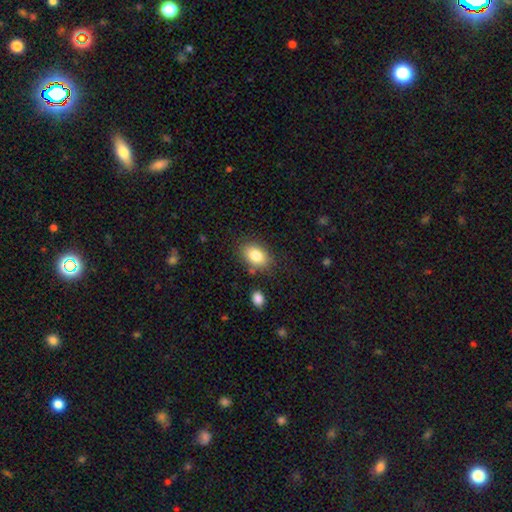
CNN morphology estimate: Smooth or featured: smooth — 82% (featured or disk — 9%)
How rounded: in between — 78% (round — 20%)
Merging: none — 78% (minor disturbance — 13%)